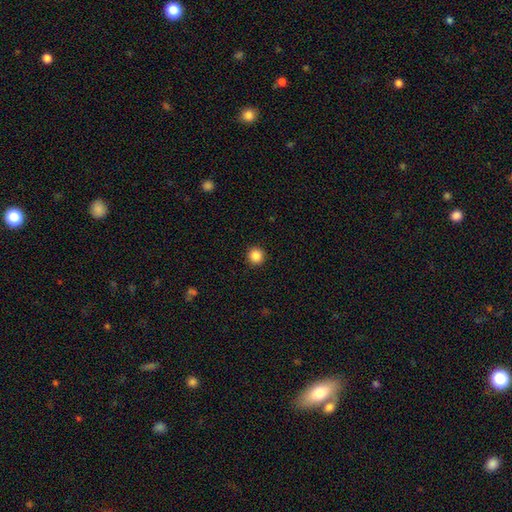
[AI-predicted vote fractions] The model was most divided on "smooth or featured": smooth: 86%, star or artifact: 10%, featured or disk: 3%. More confident: how rounded — round (95%); merging — none (93%).